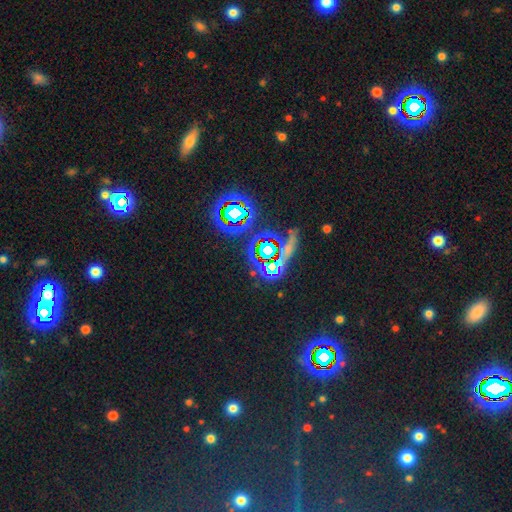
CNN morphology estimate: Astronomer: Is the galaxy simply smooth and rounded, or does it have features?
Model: star or artifact — 77%.